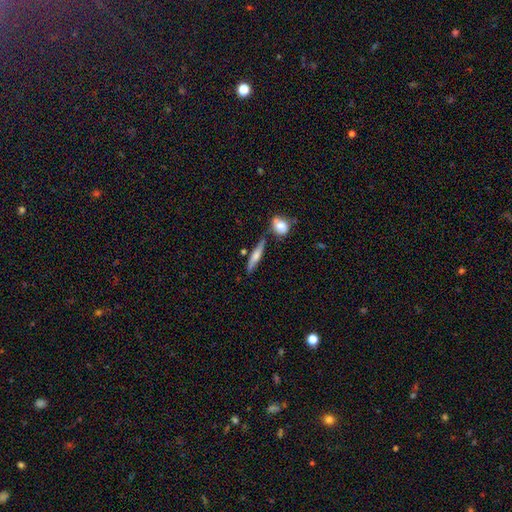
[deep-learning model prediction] Smooth or featured? Predicted: smooth (p=0.58). How rounded? Predicted: cigar-shaped (p=0.82). Merging? Predicted: none (p=0.72).